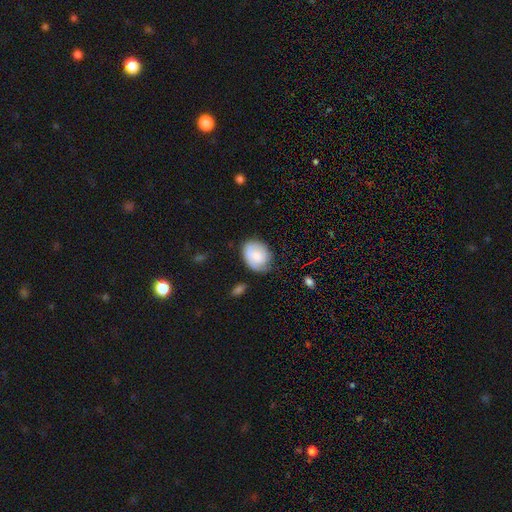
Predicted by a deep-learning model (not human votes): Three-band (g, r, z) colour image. It shows a smooth galaxy with no disk features (56%) that is in between round and cigar-shaped (60%). Merging: none (62%).